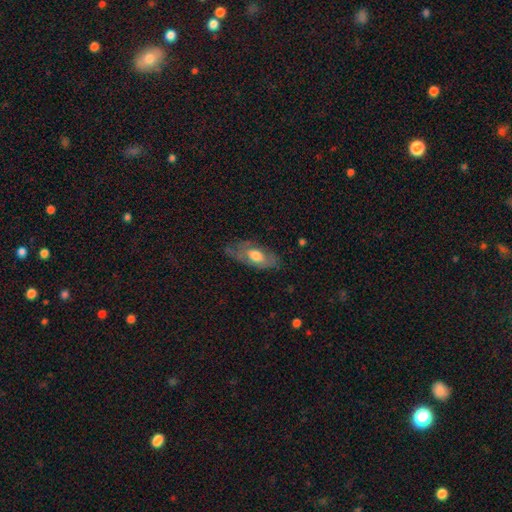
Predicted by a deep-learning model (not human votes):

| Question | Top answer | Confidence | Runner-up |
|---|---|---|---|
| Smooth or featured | smooth | 51% | featured or disk (43%) |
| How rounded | in between | 85% | cigar-shaped (11%) |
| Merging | none | 57% | minor disturbance (28%) |